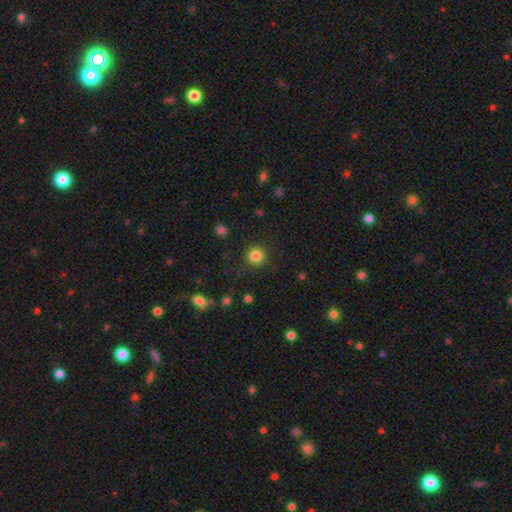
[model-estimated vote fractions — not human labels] Q: Smooth or featured?
A: smooth (83%); runner-up: star or artifact (12%)
Q: How rounded?
A: round (94%); runner-up: in between (5%)
Q: Merging?
A: none (88%); runner-up: minor disturbance (7%)